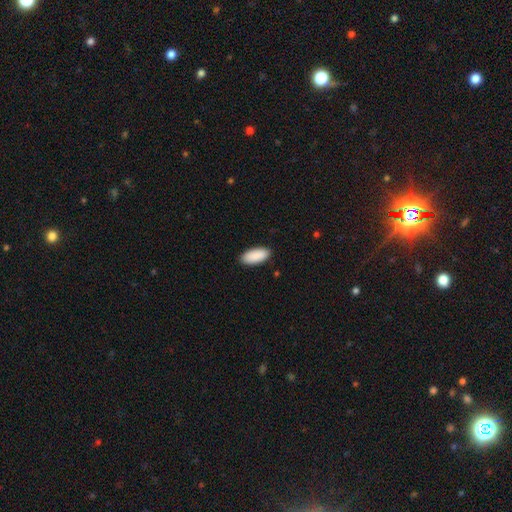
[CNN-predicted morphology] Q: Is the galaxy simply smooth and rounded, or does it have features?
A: smooth — 91%.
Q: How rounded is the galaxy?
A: in between — 90%.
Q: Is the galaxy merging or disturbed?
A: none — 89%.